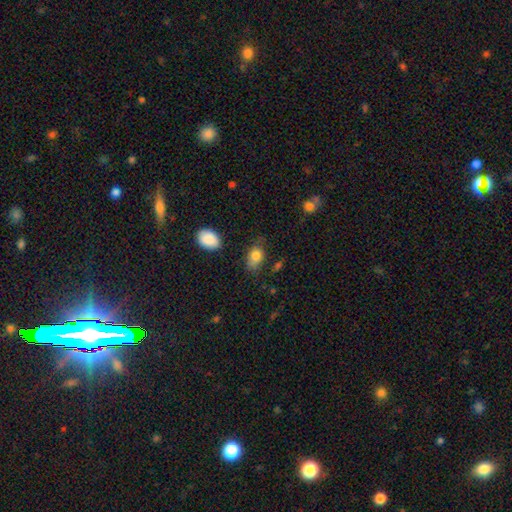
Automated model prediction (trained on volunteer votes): Smooth or featured? Predicted: smooth (p=0.83). How rounded? Predicted: in between (p=0.84). Merging? Predicted: none (p=0.64).